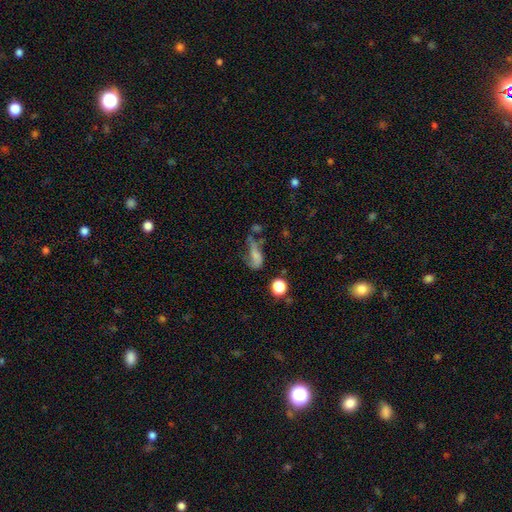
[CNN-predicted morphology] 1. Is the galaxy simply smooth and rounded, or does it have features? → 56% smooth, 28% featured or disk, 17% star or artifact.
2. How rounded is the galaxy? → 73% in between, 15% cigar-shaped, 12% round.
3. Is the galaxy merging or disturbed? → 37% major disturbance, 26% none, 22% minor disturbance, 15% merger.